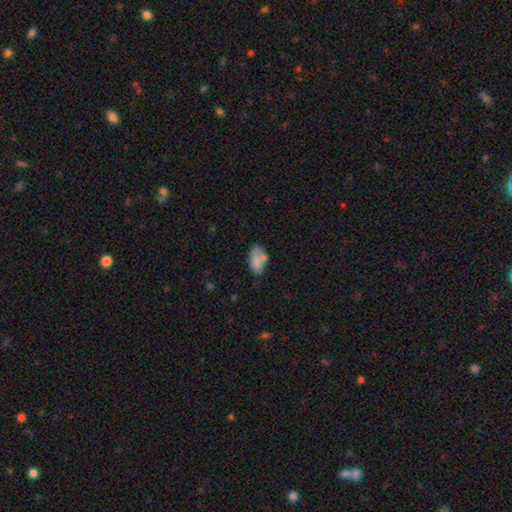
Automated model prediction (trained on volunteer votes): smooth_or_featured: smooth (p=0.73) [alt: featured or disk p=0.14]
how_rounded: in between (p=0.89) [alt: round p=0.07]
merging: none (p=0.51) [alt: minor disturbance p=0.23]